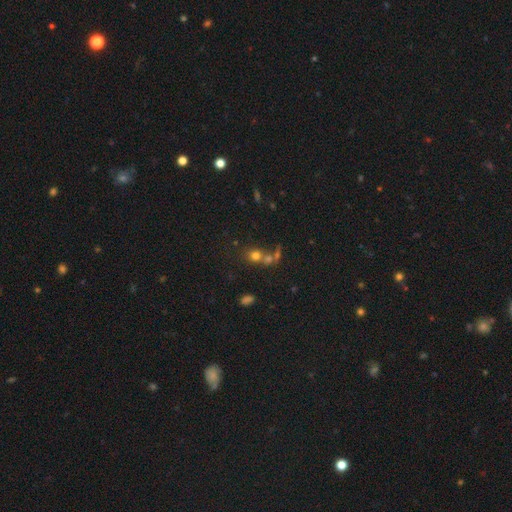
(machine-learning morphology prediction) smooth_or_featured: smooth (p=0.69) [alt: star or artifact p=0.18]
how_rounded: round (p=0.77) [alt: in between p=0.22]
merging: none (p=0.45) [alt: merger p=0.41]